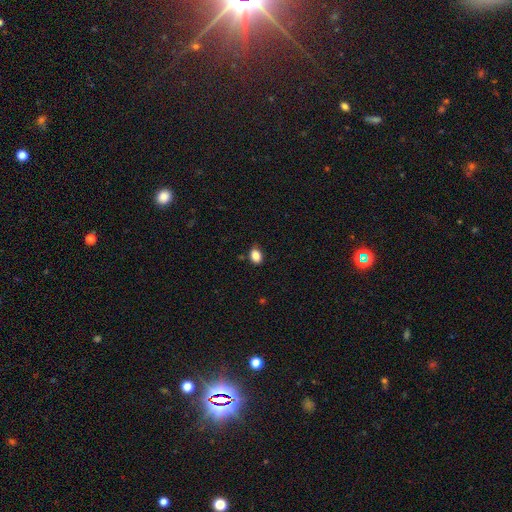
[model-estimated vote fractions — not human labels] Smooth or featured? Predicted: smooth (p=0.86). How rounded? Predicted: in between (p=0.74). Merging? Predicted: none (p=0.79).